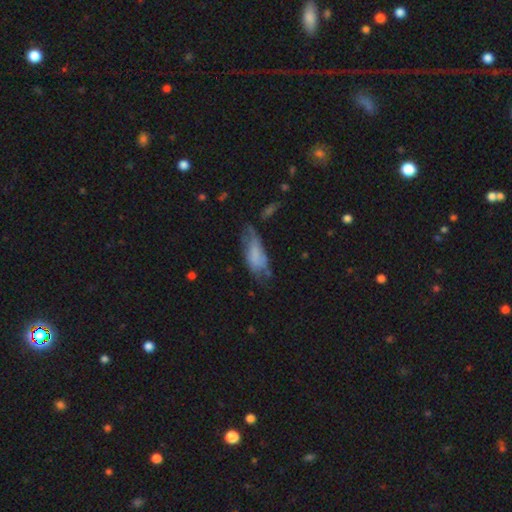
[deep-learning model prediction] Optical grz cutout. It shows a smooth galaxy with no disk features (60%) that is in between round and cigar-shaped (77%). Merging: none (34%, tied with minor disturbance).